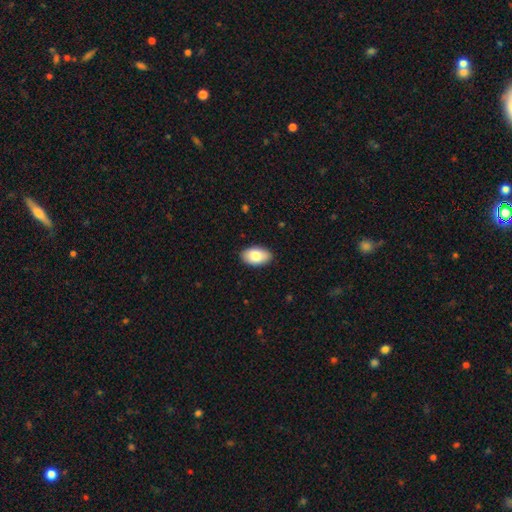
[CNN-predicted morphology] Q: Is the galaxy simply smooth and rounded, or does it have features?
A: smooth — 84%.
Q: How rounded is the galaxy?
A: in between — 94%.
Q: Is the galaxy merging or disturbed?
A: none — 88%.